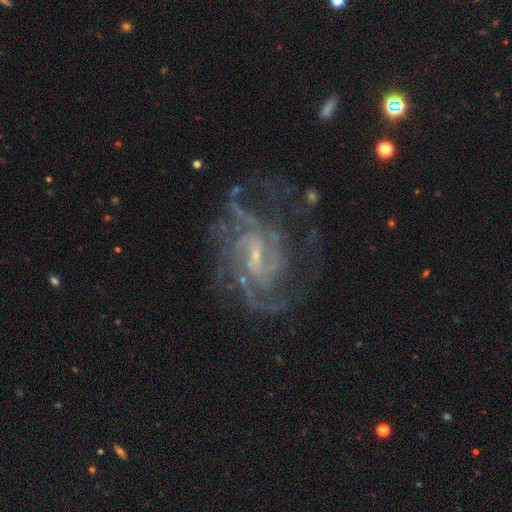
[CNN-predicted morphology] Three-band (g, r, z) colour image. It shows a featured or disk galaxy (89%) with a weak bar (55%), 3 (22%) medium (46%) spiral arms (97%) and a small central bulge (70%). Merging: none (64%).